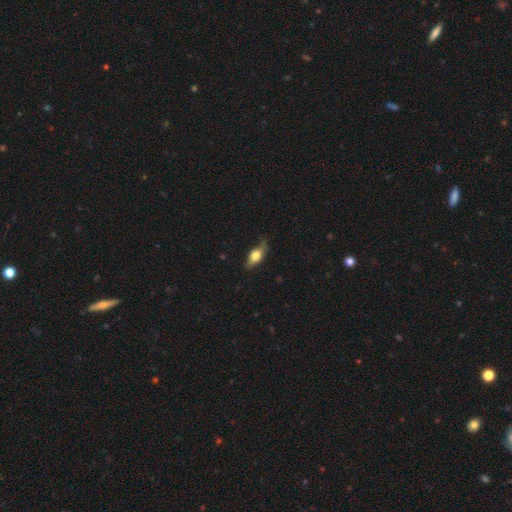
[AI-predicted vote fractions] This appears to be a smooth galaxy with no disk features (61%) that is in between round and cigar-shaped (74%). Merging: none (68%).